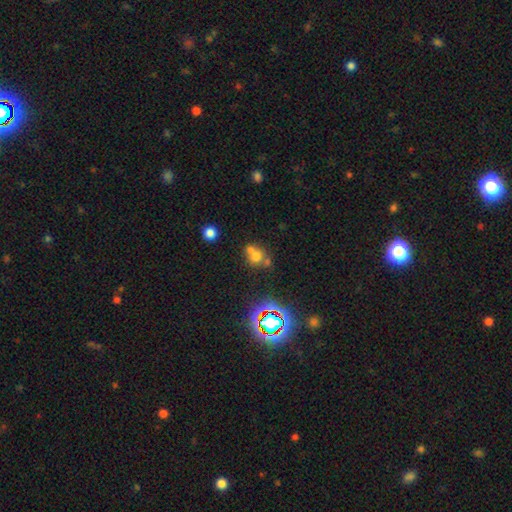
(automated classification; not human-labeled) smooth_or_featured: smooth (p=0.60) [alt: star or artifact p=0.23]
how_rounded: round (p=0.68) [alt: in between p=0.31]
merging: merger (p=0.45) [alt: none p=0.40]